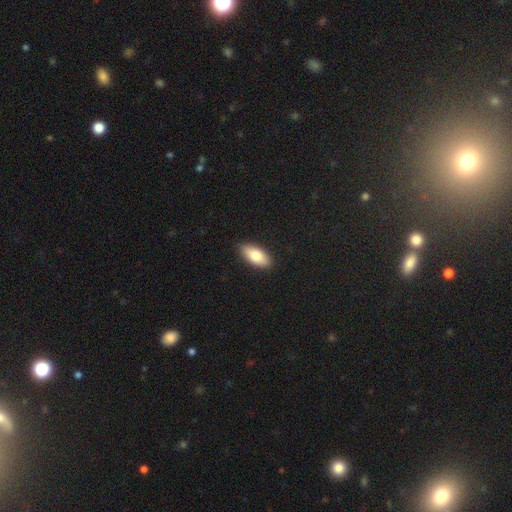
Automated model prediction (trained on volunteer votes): Overall: smooth (79%). How rounded: in between (88%). Merging: none (88%).